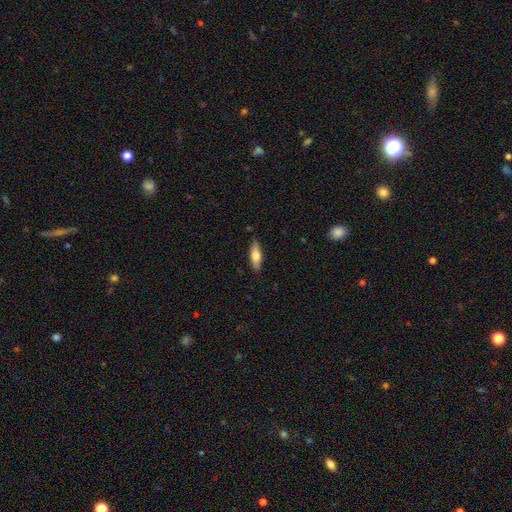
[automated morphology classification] The model was most divided on "how rounded": in between: 60%, cigar-shaped: 38%, round: 2%. More confident: merging — none (86%); smooth or featured — smooth (70%).